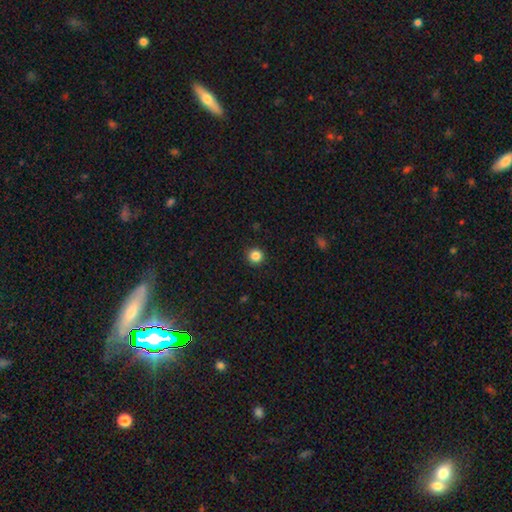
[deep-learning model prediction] This appears to be a smooth galaxy with no disk features (85%) that is round (95%). Merging: none (93%).